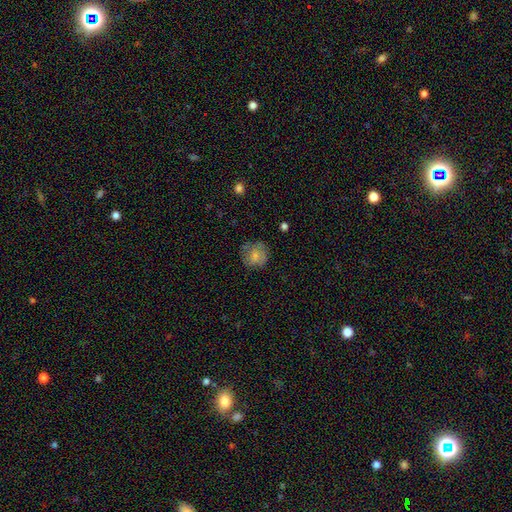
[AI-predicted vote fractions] Smooth or featured? smooth (74%)
How rounded? round (86%)
Merging? none (71%)